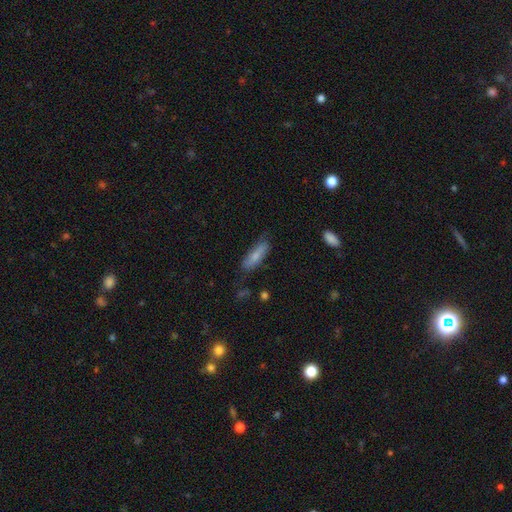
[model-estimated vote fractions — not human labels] Smooth or featured: smooth — 70% (featured or disk — 24%)
How rounded: cigar-shaped — 50% (in between — 48%)
Merging: none — 71% (minor disturbance — 22%)